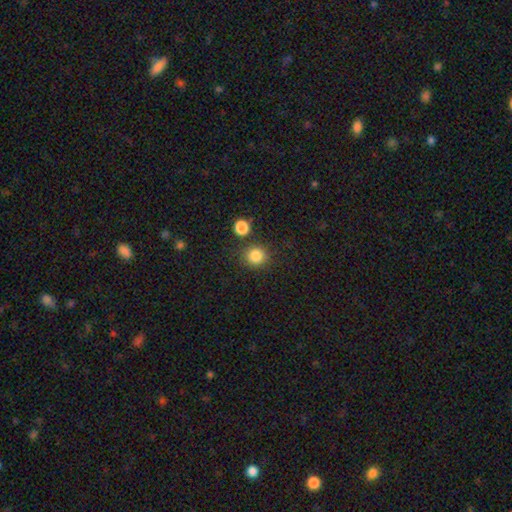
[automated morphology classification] Smooth or featured? Predicted: smooth (p=0.85). How rounded? Predicted: round (p=0.89). Merging? Predicted: none (p=0.81).